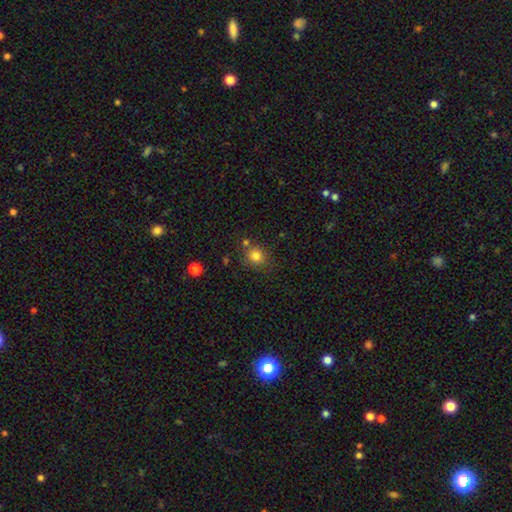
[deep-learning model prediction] Q: Smooth or featured?
A: smooth (80%); runner-up: star or artifact (13%)
Q: How rounded?
A: round (82%); runner-up: in between (18%)
Q: Merging?
A: none (73%); runner-up: minor disturbance (12%)